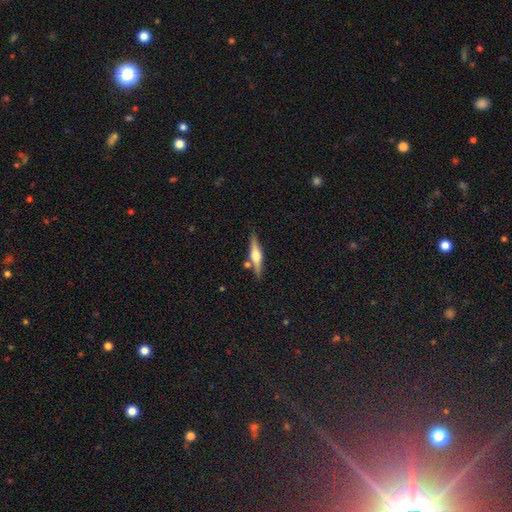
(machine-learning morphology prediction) This appears to be a featured or disk galaxy (68%) viewed edge-on (97%) with a rounded central bulge (93%). Merging: none (82%).